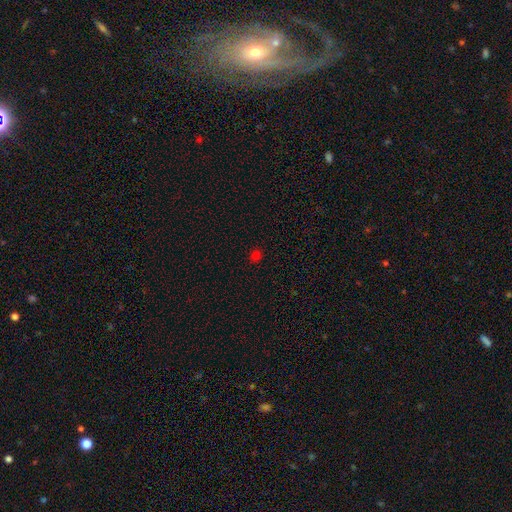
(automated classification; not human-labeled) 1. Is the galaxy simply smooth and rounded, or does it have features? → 73% smooth, 24% star or artifact, 4% featured or disk.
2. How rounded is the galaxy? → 75% round, 24% in between, 1% cigar-shaped.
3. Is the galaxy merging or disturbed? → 89% none, 8% minor disturbance, 2% major disturbance, 1% merger.